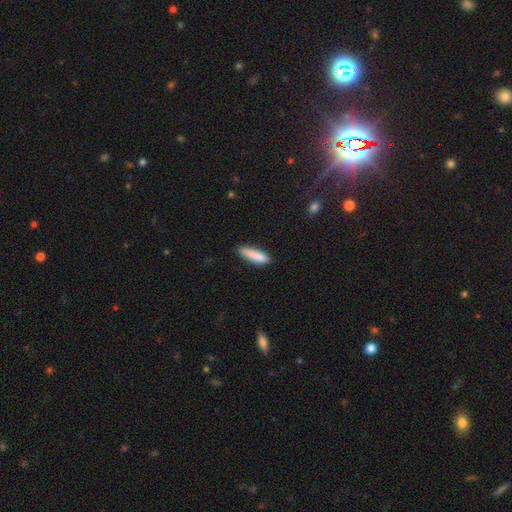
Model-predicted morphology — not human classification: The model was most divided on "how rounded": cigar-shaped: 70%, in between: 28%, round: 2%. More confident: smooth or featured — smooth (84%); merging — none (74%).